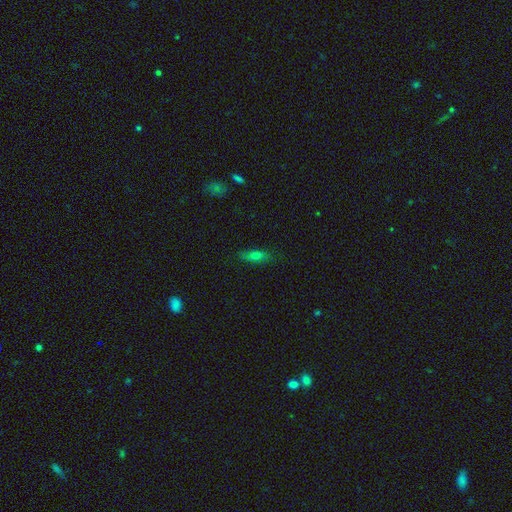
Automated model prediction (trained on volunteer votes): Smooth or featured: smooth — 71% (featured or disk — 19%)
How rounded: in between — 57% (cigar-shaped — 40%)
Merging: none — 83% (minor disturbance — 13%)